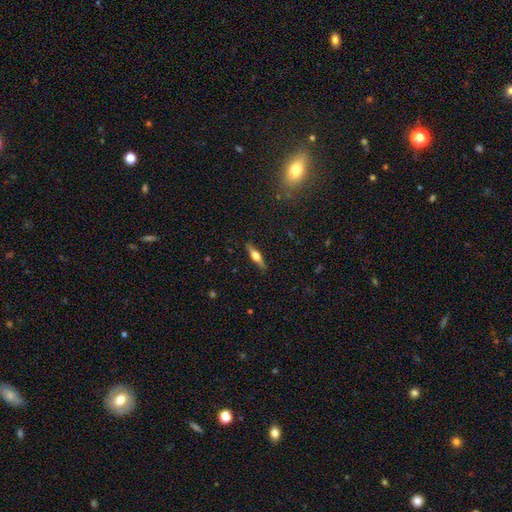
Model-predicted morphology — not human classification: Overall: featured or disk (58%; smooth 36%). Edge-on disk: yes (95%). Edge-on bulge: rounded (91%). Merging: none (88%).